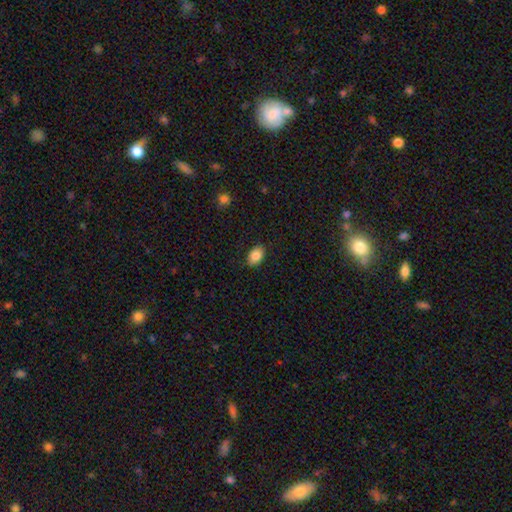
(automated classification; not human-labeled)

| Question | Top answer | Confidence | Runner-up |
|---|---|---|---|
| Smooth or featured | smooth | 85% | star or artifact (8%) |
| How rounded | in between | 83% | round (15%) |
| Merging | none | 86% | minor disturbance (11%) |